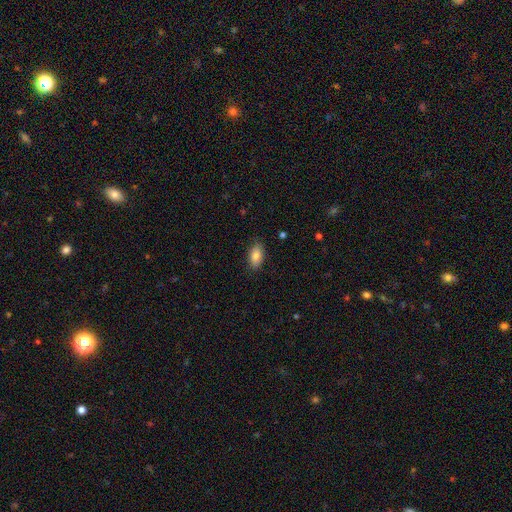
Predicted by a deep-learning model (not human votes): Smooth or featured? smooth (85%)
How rounded? in between (92%)
Merging? none (85%)